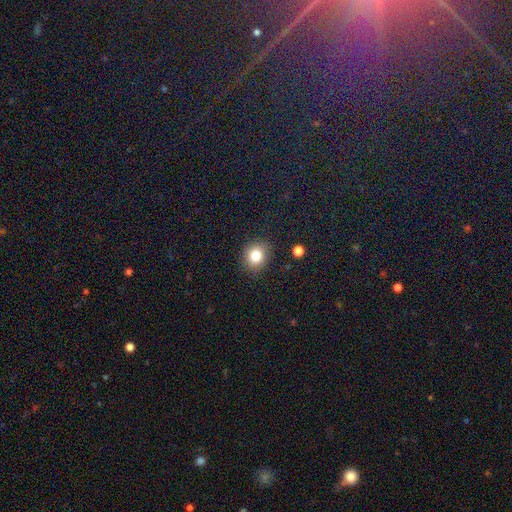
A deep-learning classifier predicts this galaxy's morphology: This is clearly a smooth galaxy (82%). How rounded: likely round (76%). Merging: clearly none (87%).